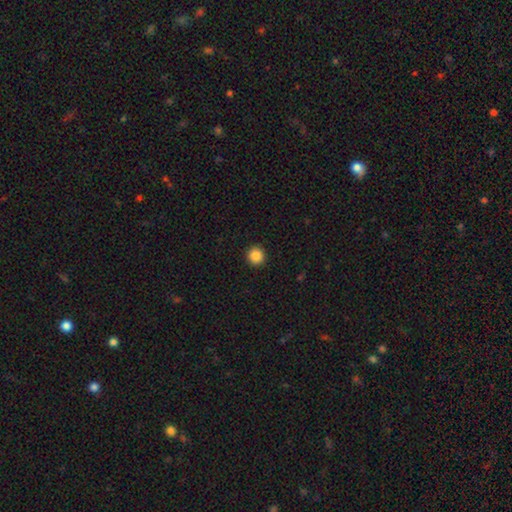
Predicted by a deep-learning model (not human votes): A smooth galaxy with no disk features (87%) that is round (95%). Merging: none (93%).